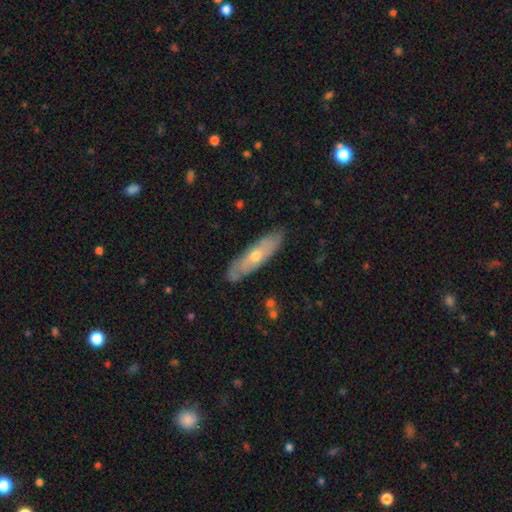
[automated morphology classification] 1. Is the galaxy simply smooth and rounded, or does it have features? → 51% featured or disk, 43% smooth, 6% star or artifact.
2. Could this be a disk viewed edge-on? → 54% no, 46% yes.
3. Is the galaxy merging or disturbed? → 82% none, 14% minor disturbance, 2% major disturbance, 2% merger.